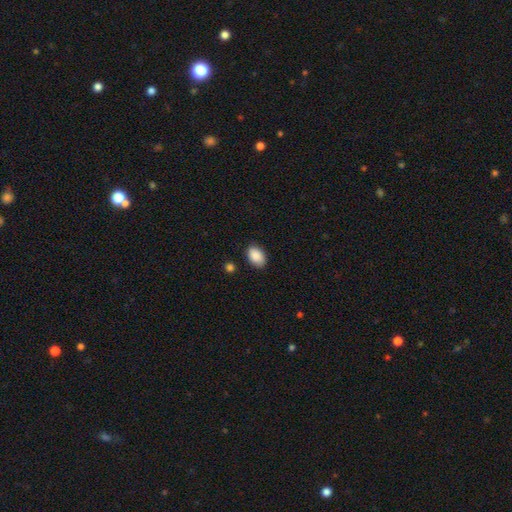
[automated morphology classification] Smooth or featured? smooth (90%)
How rounded? in between (89%)
Merging? none (85%)